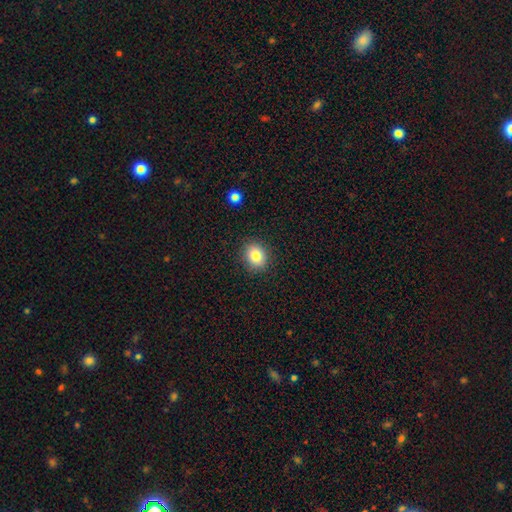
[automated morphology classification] type=smooth (82%); roundness=round (61%); merging=none (89%).